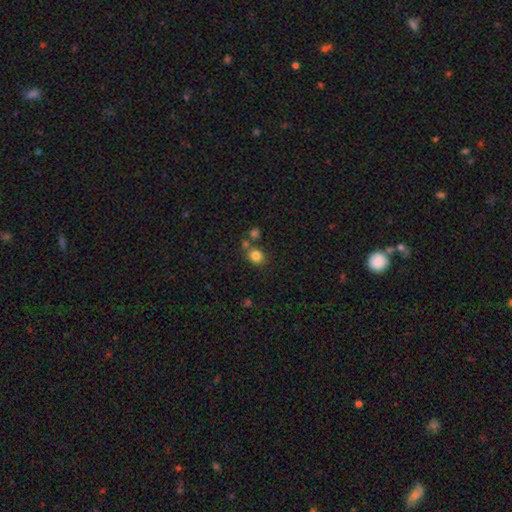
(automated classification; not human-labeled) Q: Smooth or featured?
A: smooth (82%); runner-up: star or artifact (12%)
Q: How rounded?
A: round (70%); runner-up: in between (29%)
Q: Merging?
A: none (69%); runner-up: merger (17%)